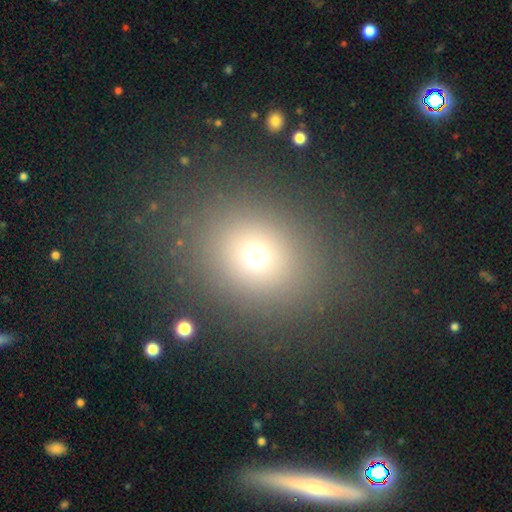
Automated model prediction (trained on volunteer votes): Smooth or featured? Predicted: smooth (p=0.68). How rounded? Predicted: round (p=0.67). Merging? Predicted: none (p=0.85).